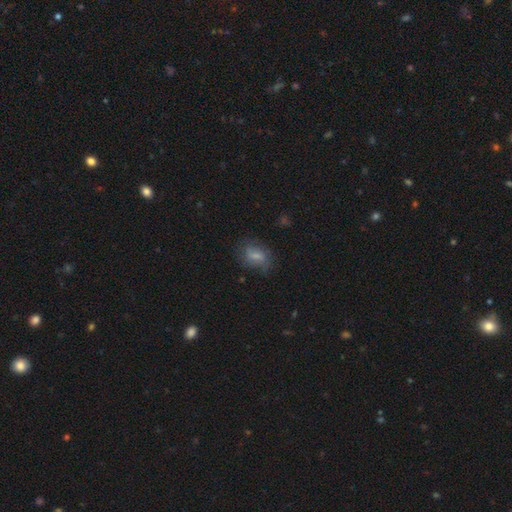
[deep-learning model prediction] smooth_or_featured: smooth (p=0.66) [alt: featured or disk p=0.25]
how_rounded: in between (p=0.78) [alt: round p=0.17]
merging: none (p=0.62) [alt: minor disturbance p=0.25]